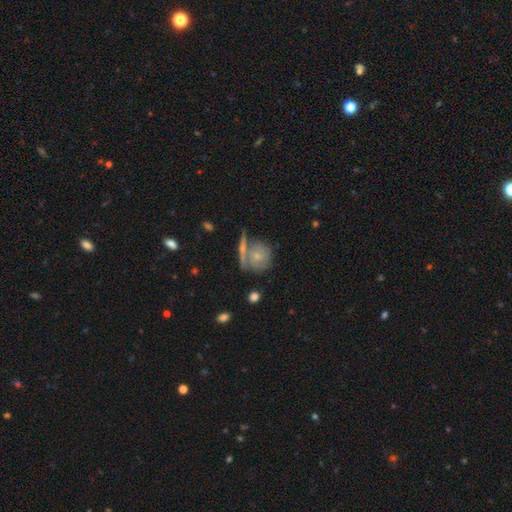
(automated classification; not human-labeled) featured or disk 46%, smooth 45%, star or artifact 9%. Down the decision tree: merging — none (53%).